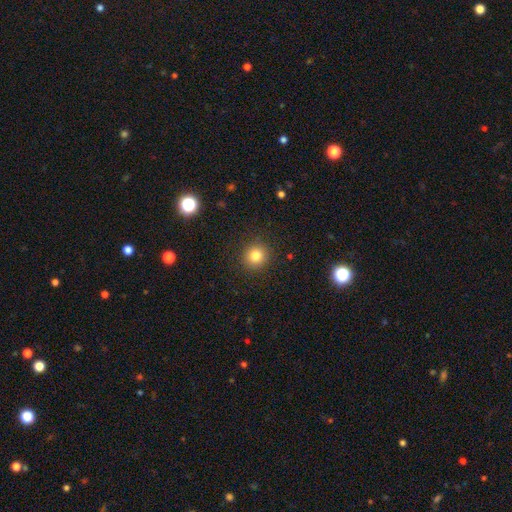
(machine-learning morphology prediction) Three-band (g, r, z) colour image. It shows a smooth galaxy with no disk features (82%) that is round (92%). Merging: none (91%).